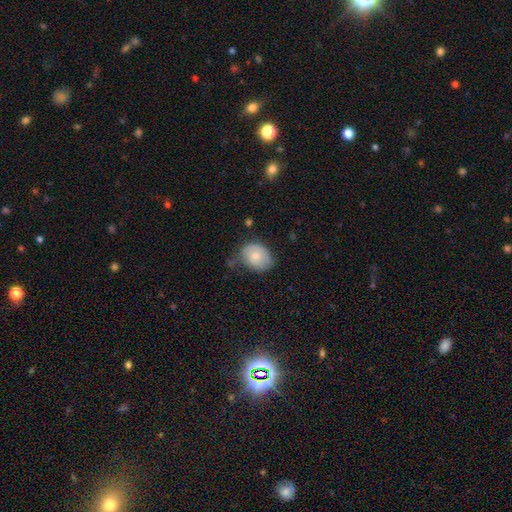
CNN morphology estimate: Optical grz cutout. It shows a smooth galaxy with no disk features (76%) that is in between round and cigar-shaped (59%). Merging: none (51%).